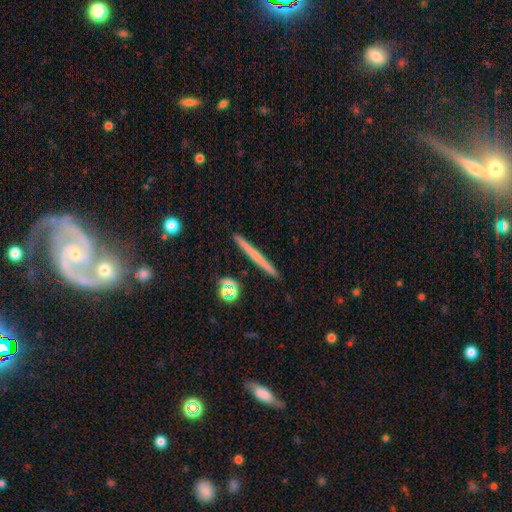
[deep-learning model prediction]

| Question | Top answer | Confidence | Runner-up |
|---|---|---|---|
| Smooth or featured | smooth | 54% | featured or disk (40%) |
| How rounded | cigar-shaped | 96% | round (2%) |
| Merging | none | 92% | minor disturbance (5%) |